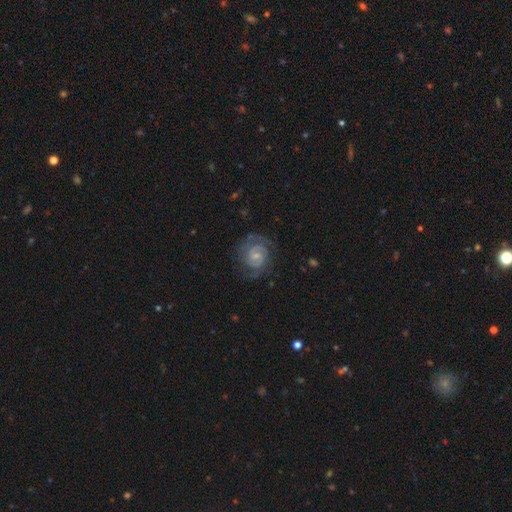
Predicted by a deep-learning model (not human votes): smooth-or-featured: featured or disk: 83% | smooth: 11% | star or artifact: 6%
  disk-edge-on: no: 98% | yes: 2%
    bar: weak: 49% | no: 41% | strong: 9%
    has-spiral-arms: yes: 95% | no: 5%
      spiral-winding: tight: 57% | medium: 35% | loose: 8%
      spiral-arm-count: 2: 73% | can't tell: 13% | 3: 7% | 1: 3% | 4: 2% | more than 4: 2%
    bulge-size: small: 63% | moderate: 25% | none: 9% | large: 2% | dominant: 1%
  merging: none: 73% | minor disturbance: 17% | major disturbance: 9% | merger: 1%